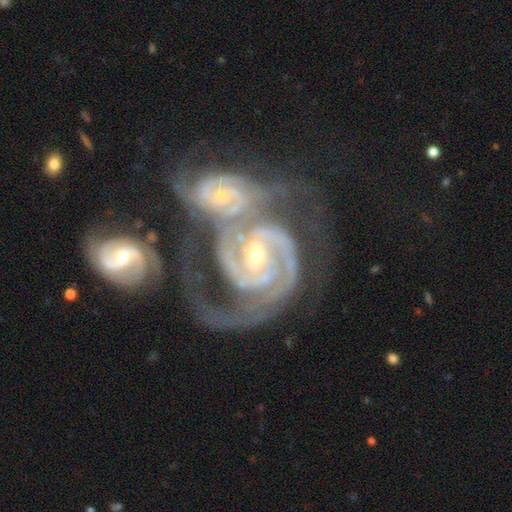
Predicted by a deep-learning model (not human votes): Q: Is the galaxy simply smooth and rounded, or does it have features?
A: featured or disk — 93%.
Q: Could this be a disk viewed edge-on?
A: no — 98%.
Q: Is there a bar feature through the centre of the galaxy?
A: no — 43%.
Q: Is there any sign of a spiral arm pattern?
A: yes — 98%.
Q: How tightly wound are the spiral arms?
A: tight — 64%.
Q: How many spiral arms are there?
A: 2 — 65%.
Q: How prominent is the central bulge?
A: small — 62%.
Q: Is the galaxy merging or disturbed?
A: merger — 73%.